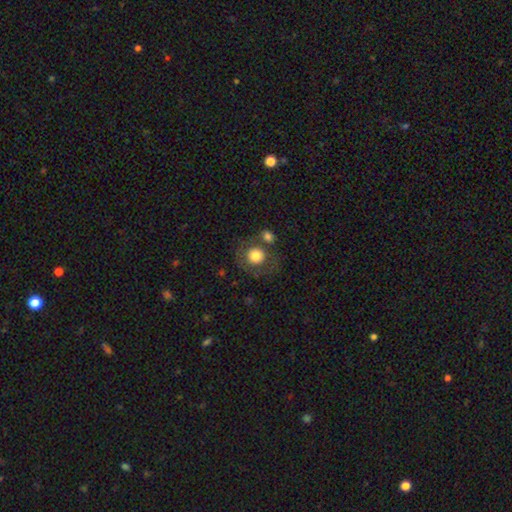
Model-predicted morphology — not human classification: smooth 75%, featured or disk 17%, star or artifact 8%. Down the decision tree: how rounded — round (87%); merging — none (60%).